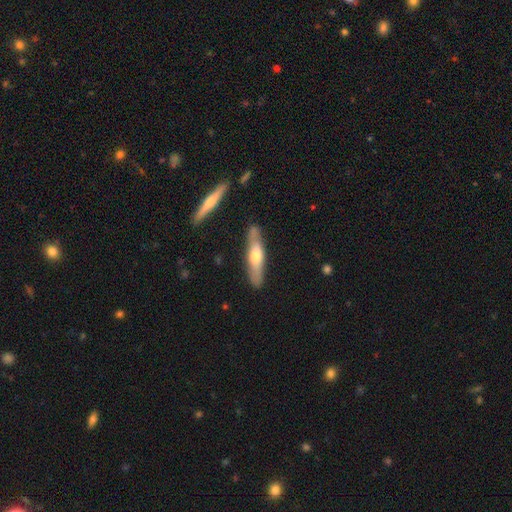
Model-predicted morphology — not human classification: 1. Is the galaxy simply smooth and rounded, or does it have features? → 49% featured or disk, 45% smooth, 5% star or artifact.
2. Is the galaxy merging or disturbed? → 83% none, 12% minor disturbance, 3% merger, 2% major disturbance.